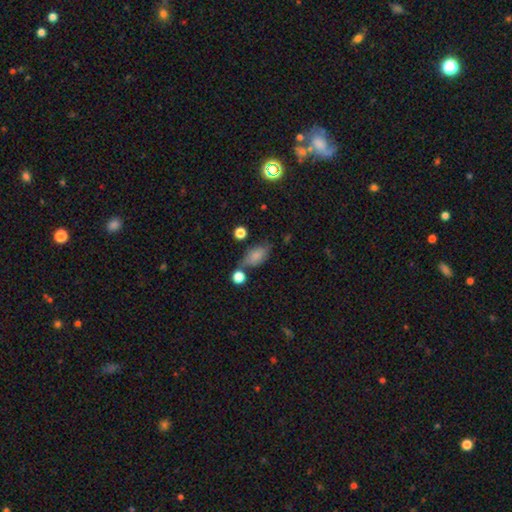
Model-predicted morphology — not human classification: The model was most divided on "merging": none: 50%, minor disturbance: 26%, merger: 14%, major disturbance: 9%. More confident: how rounded — in between (85%); smooth or featured — smooth (77%).